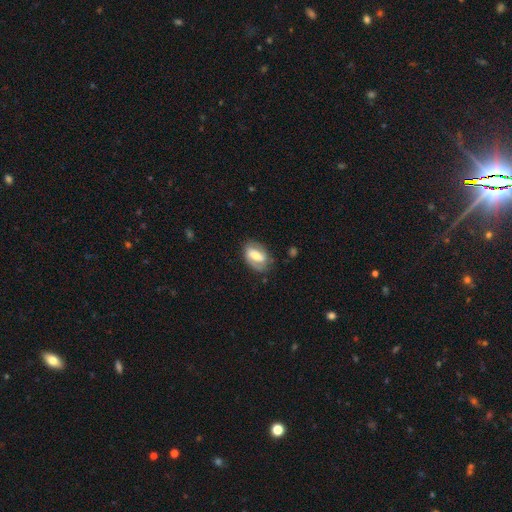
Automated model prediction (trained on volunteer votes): A featured or disk galaxy (53%).

Vote fractions:
- Smooth or featured? featured or disk: 53% / smooth: 40% / star or artifact: 7%
- Edge-on disk? no: 93% / yes: 7%
- Merging? none: 70% / minor disturbance: 20% / major disturbance: 8% / merger: 2%